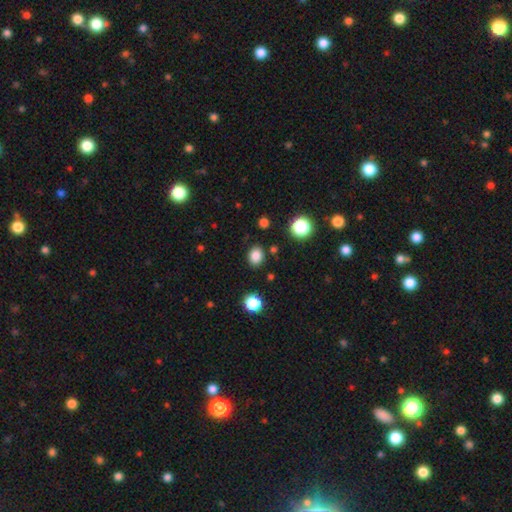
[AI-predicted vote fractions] Overall: smooth (84%). How rounded: round (50%; in between 49%). Merging: none (86%).